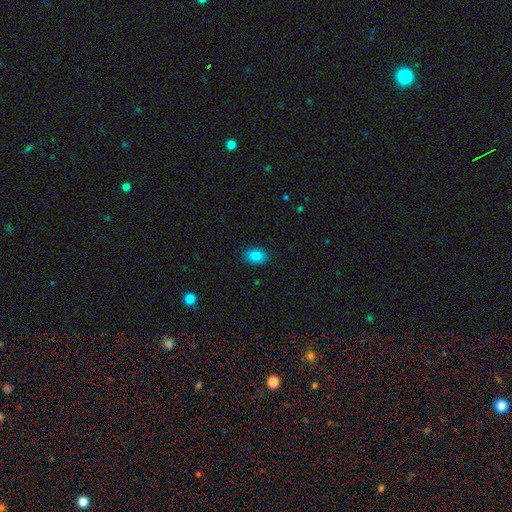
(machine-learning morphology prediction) A smooth galaxy with no disk features (85%) that is in between round and cigar-shaped (86%). Merging: none (89%).